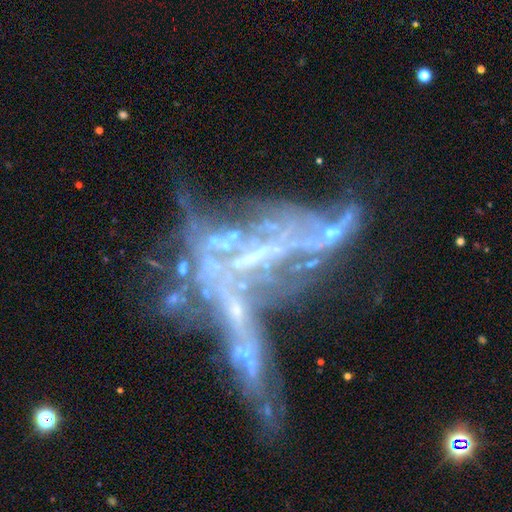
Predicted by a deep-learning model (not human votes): smooth_or_featured: featured or disk (p=0.63) [alt: star or artifact p=0.24]
disk_edge_on: no (p=0.88) [alt: yes p=0.12]
bar: no (p=0.58) [alt: weak p=0.21]
has_spiral_arms: no (p=0.66) [alt: yes p=0.34]
bulge_size: none (p=0.61) [alt: small p=0.22]
merging: major disturbance (p=0.32) [tied with: merger p=0.32]